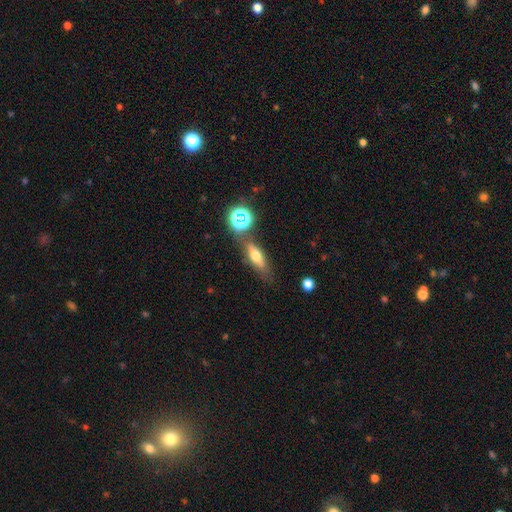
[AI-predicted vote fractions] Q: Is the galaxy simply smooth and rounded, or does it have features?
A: smooth — 54%.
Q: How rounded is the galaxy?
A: in between — 48%.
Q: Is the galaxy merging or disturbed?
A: none — 69%.